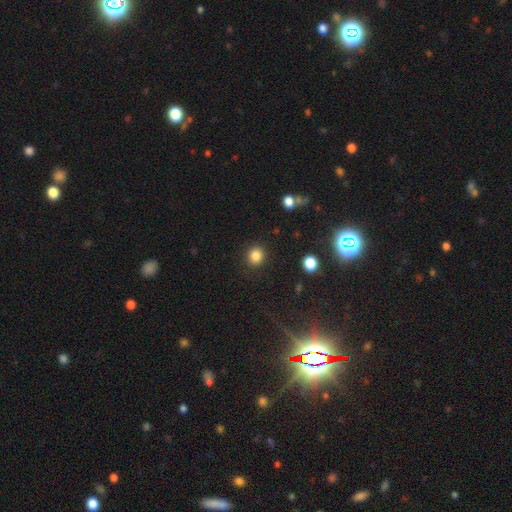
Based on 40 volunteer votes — A smooth galaxy with no disk features (90%) that is round (72%).

Vote fractions:
- Smooth or featured? smooth: 90% / star or artifact: 8% / featured or disk: 2%
- How rounded? round: 72% / in between: 28% / cigar-shaped: 0%
- Merging? none: 84% / minor disturbance: 8% / merger: 5% / major disturbance: 3%